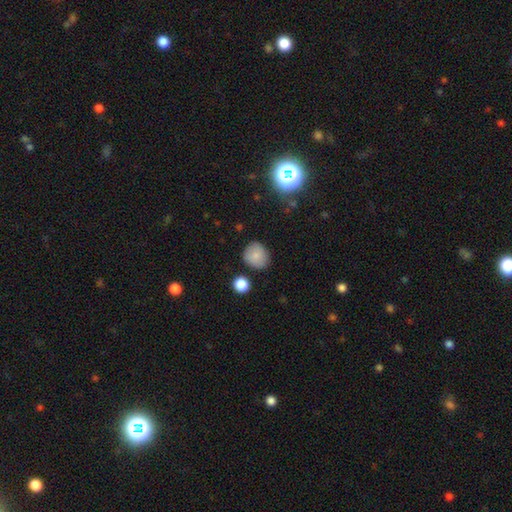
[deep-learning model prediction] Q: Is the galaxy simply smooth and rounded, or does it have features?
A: smooth — 81%.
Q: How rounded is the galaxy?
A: round — 79%.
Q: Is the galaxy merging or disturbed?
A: none — 79%.